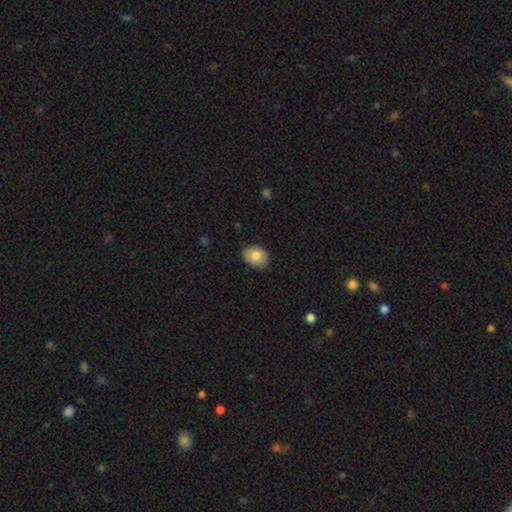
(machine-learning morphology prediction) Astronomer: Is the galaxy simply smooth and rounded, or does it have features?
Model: smooth — 81%.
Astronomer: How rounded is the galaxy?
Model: in between — 67%.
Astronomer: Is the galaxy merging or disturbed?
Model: none — 82%.